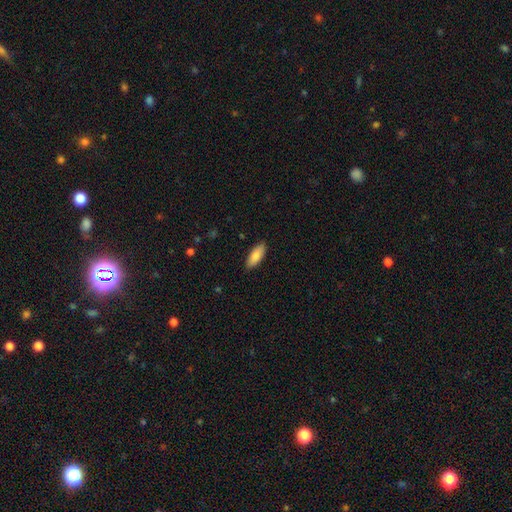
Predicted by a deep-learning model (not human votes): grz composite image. It shows a smooth galaxy with no disk features (84%) that is in between round and cigar-shaped (78%). Merging: none (88%).